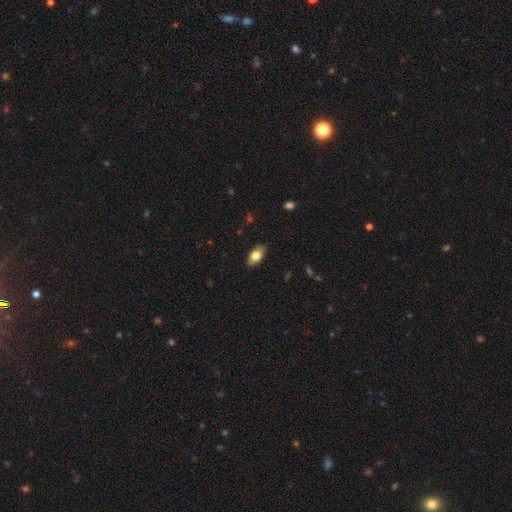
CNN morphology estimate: smooth-or-featured: smooth: 77% | featured or disk: 16% | star or artifact: 7%
  how-rounded: in between: 90% | cigar-shaped: 6% | round: 4%
  merging: none: 87% | minor disturbance: 10% | major disturbance: 2% | merger: 1%